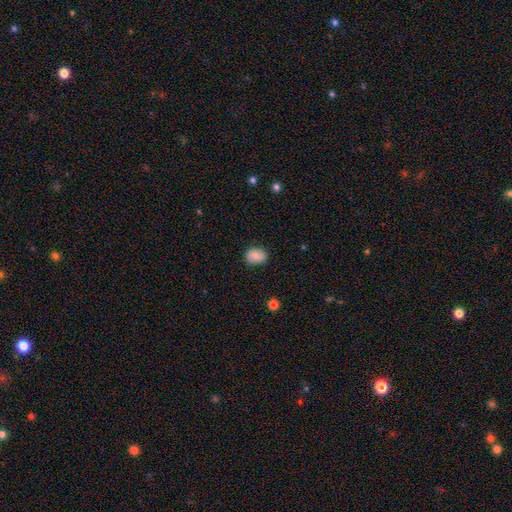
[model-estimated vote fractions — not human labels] A smooth galaxy with no disk features (83%) that is in between round and cigar-shaped (59%). Merging: none (83%).